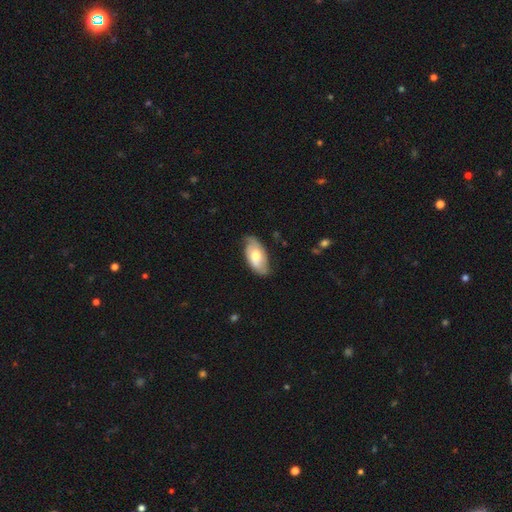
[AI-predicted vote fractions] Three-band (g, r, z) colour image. It shows a smooth galaxy with no disk features (58%) that is in between round and cigar-shaped (93%). Merging: none (69%).